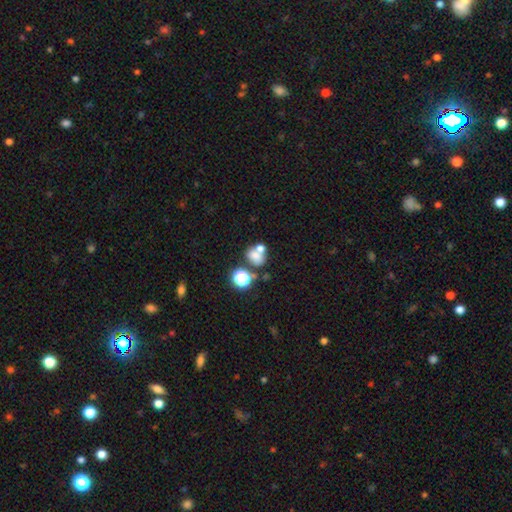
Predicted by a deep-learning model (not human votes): Smooth or featured: smooth — 66% (star or artifact — 18%)
How rounded: round — 51% (in between — 48%)
Merging: merger — 49% (none — 35%)